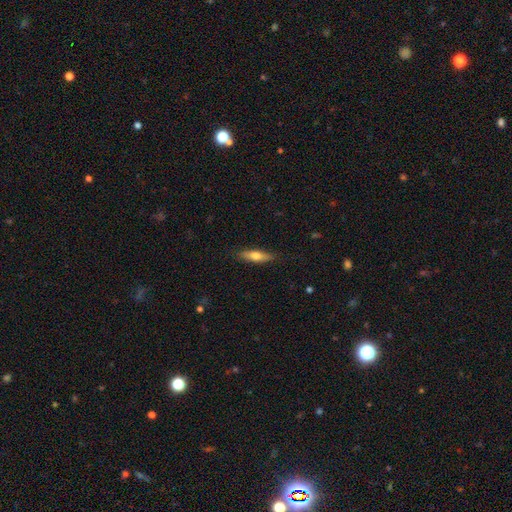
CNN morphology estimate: Smooth or featured? Predicted: smooth (p=0.60). How rounded? Predicted: cigar-shaped (p=0.64). Merging? Predicted: none (p=0.85).